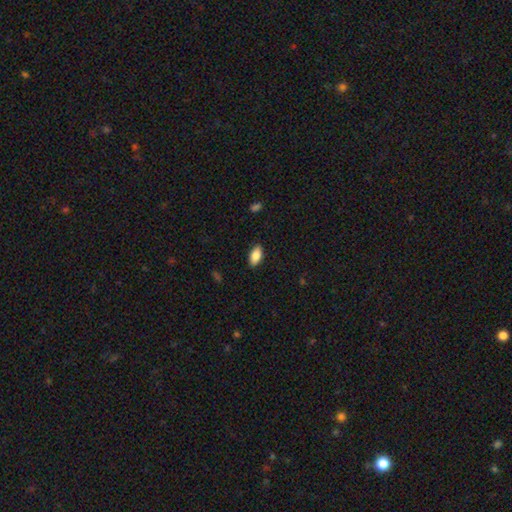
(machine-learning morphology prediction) Smooth or featured? Predicted: smooth (p=0.84). How rounded? Predicted: in between (p=0.91). Merging? Predicted: none (p=0.87).